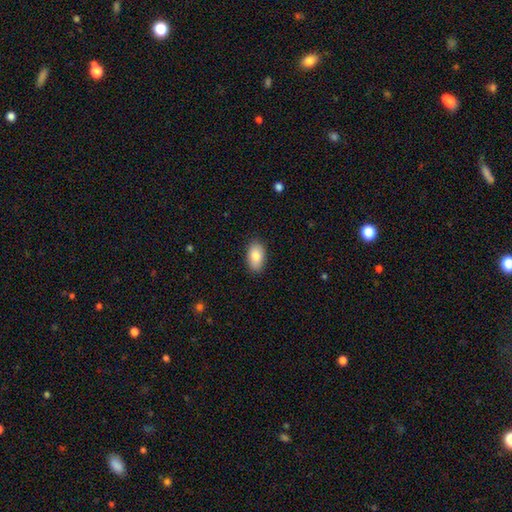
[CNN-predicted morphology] Smooth or featured? smooth (83%)
How rounded? in between (93%)
Merging? none (87%)